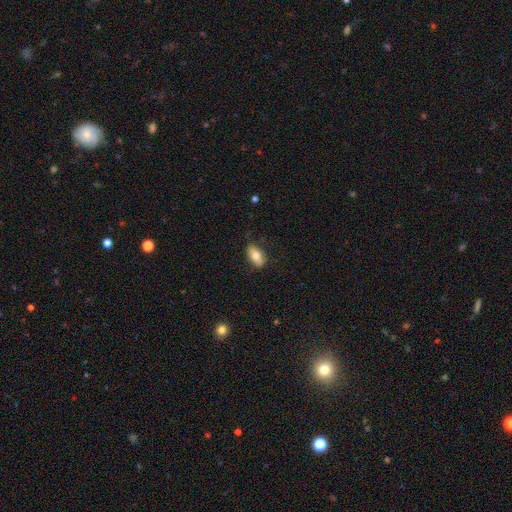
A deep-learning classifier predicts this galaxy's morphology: Smooth or featured? smooth (71%)
How rounded? in between (86%)
Merging? none (80%)